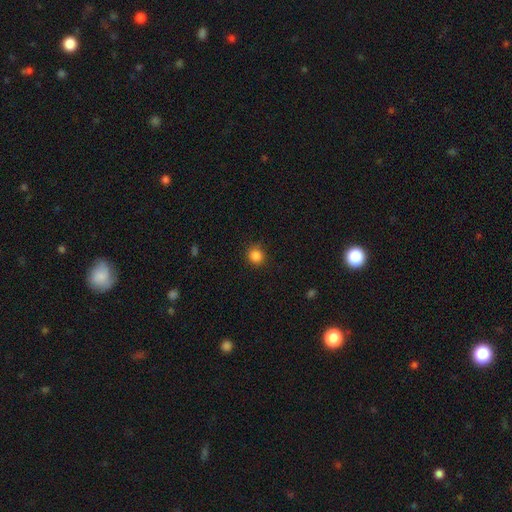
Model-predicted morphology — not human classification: type=smooth (86%); roundness=round (92%); merging=none (86%).